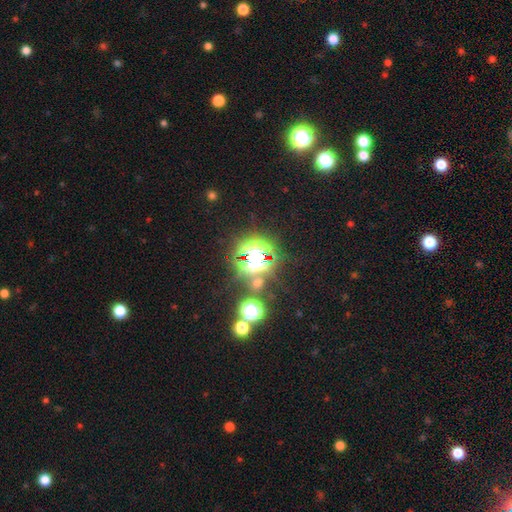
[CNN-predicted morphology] This appears to be a star or artifact, not a galaxy (79%).